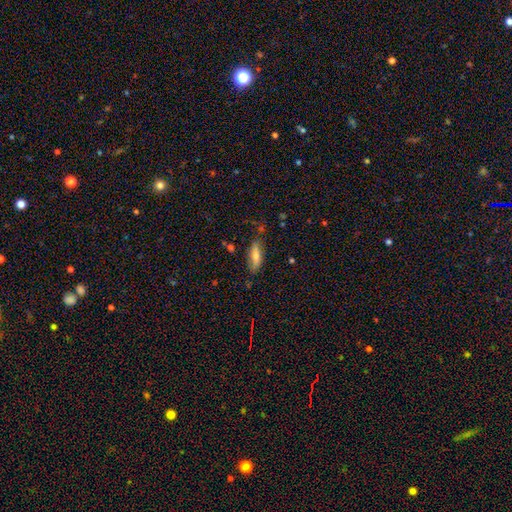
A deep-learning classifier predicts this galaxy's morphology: smooth_or_featured: smooth (p=0.68) [alt: featured or disk p=0.24]
how_rounded: in between (p=0.54) [alt: cigar-shaped p=0.43]
merging: none (p=0.72) [alt: minor disturbance p=0.20]